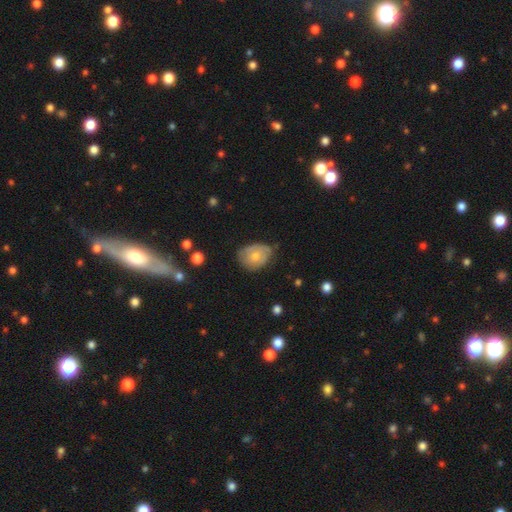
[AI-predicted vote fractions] Morphology: type=smooth (65%); roundness=in between (62%); merging=none (53%).